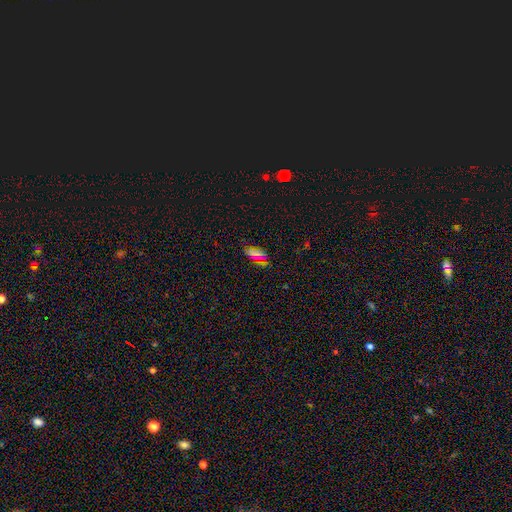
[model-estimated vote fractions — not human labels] Overall: smooth (54%; star or artifact 29%). How rounded: in between (79%). Merging: none (57%; minor disturbance 25%).